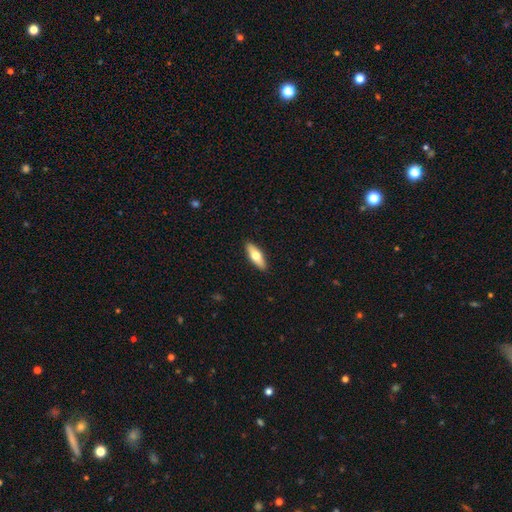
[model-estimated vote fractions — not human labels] This appears to be a smooth galaxy with no disk features (60%) that is in between round and cigar-shaped (58%). Merging: none (91%).